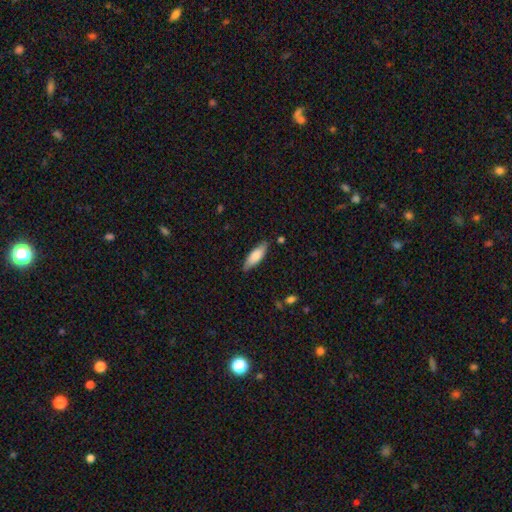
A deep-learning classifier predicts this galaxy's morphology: smooth_or_featured: smooth (p=0.75) [alt: featured or disk p=0.19]
how_rounded: in between (p=0.59) [alt: cigar-shaped p=0.39]
merging: none (p=0.82) [alt: minor disturbance p=0.14]